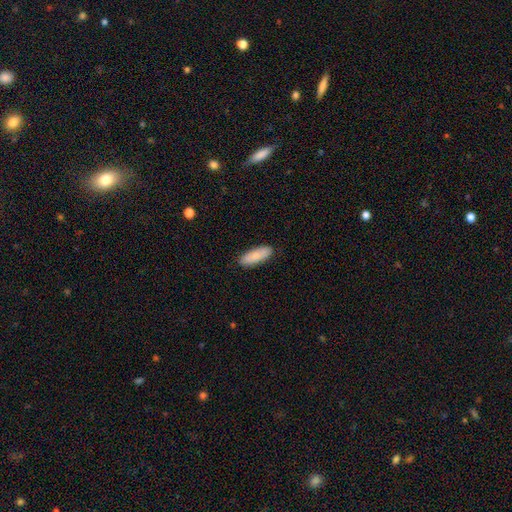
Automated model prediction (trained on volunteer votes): smooth-or-featured: smooth: 81% | featured or disk: 14% | star or artifact: 6%
  how-rounded: in between: 68% | cigar-shaped: 30% | round: 2%
  merging: none: 87% | minor disturbance: 10% | major disturbance: 2% | merger: 1%